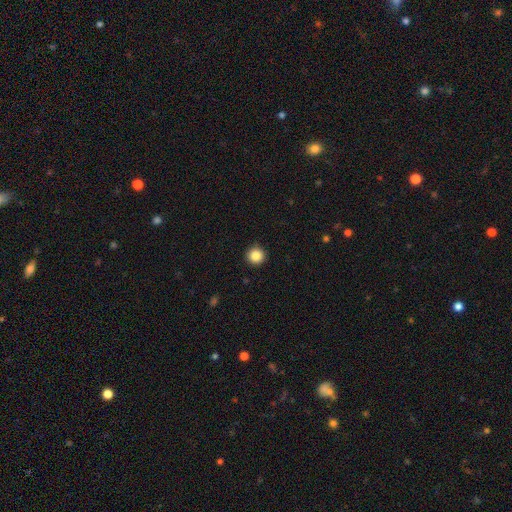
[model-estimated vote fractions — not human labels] This is clearly a smooth galaxy (86%). How rounded: clearly round (95%). Merging: clearly none (91%).